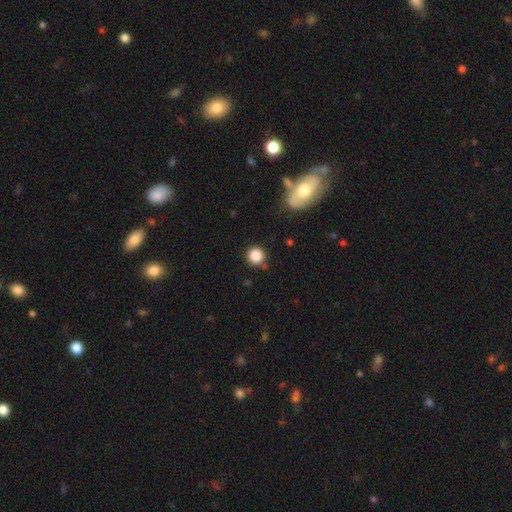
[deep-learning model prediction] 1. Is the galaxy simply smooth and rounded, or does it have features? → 86% smooth, 10% star or artifact, 4% featured or disk.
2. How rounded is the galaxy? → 93% round, 6% in between, 1% cigar-shaped.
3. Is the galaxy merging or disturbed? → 83% none, 10% minor disturbance, 3% merger, 3% major disturbance.